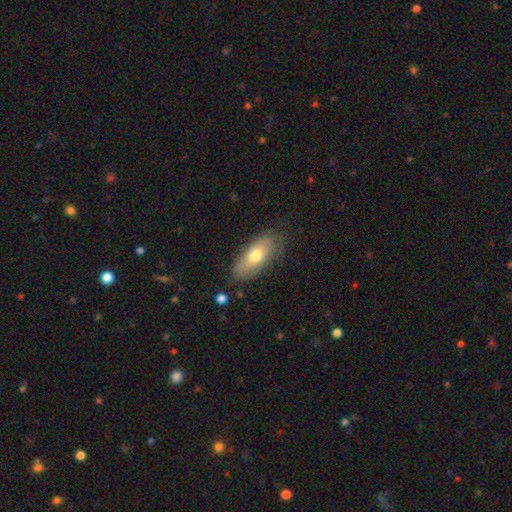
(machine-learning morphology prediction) This appears to be a smooth galaxy with no disk features (68%) that is in between round and cigar-shaped (84%). Merging: none (78%).